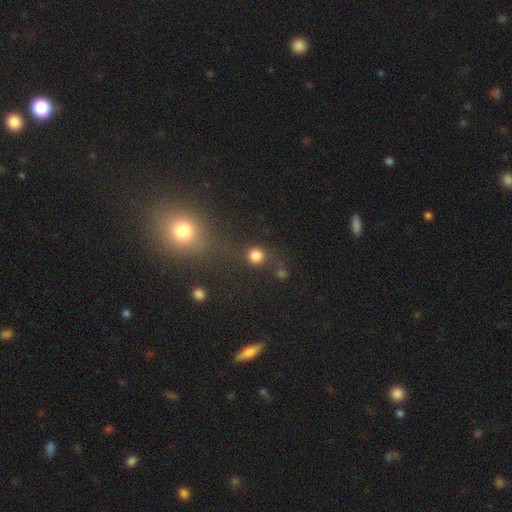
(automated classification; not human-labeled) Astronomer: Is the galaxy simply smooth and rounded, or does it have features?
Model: smooth — 81%.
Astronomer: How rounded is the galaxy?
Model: round — 91%.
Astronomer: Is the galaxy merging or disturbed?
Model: none — 79%.